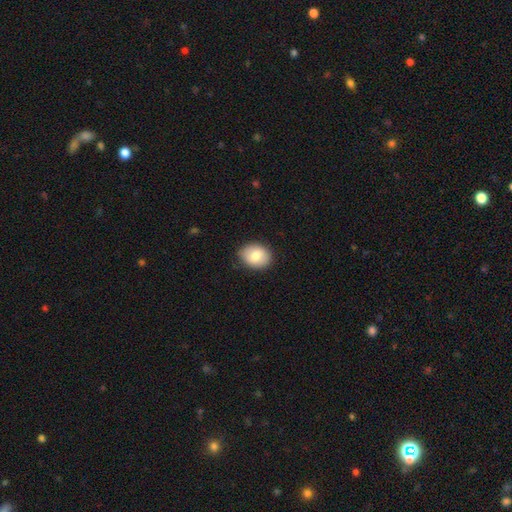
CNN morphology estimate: Smooth or featured?
  - smooth: 79% *
  - featured or disk: 14%
  - star or artifact: 7%
How rounded?
  - in between: 58% *
  - round: 41%
  - cigar-shaped: 1%
Merging?
  - none: 84% *
  - minor disturbance: 12%
  - major disturbance: 2%
  - merger: 1%